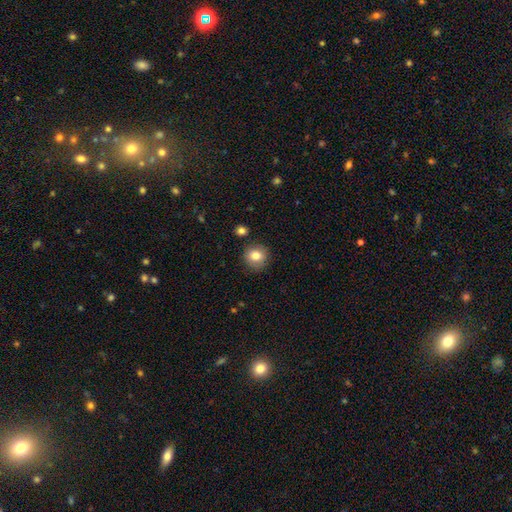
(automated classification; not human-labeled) smooth-or-featured: smooth: 81% | featured or disk: 10% | star or artifact: 9%
  how-rounded: round: 89% | in between: 10% | cigar-shaped: 1%
  merging: none: 85% | minor disturbance: 10% | merger: 3% | major disturbance: 3%